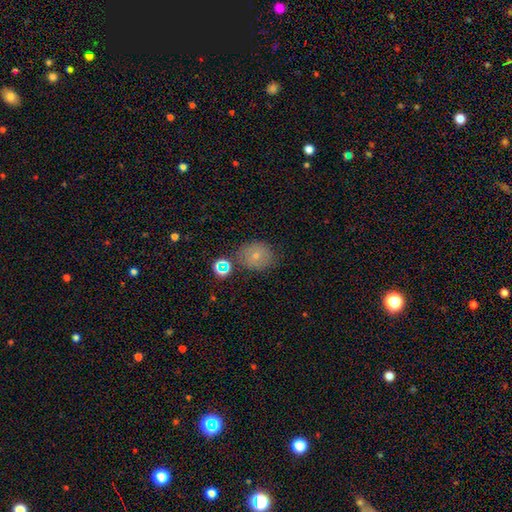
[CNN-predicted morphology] Smooth or featured?
  - smooth: 65% *
  - featured or disk: 18%
  - star or artifact: 17%
How rounded?
  - round: 73% *
  - in between: 26%
  - cigar-shaped: 1%
Merging?
  - none: 72% *
  - minor disturbance: 15%
  - merger: 8%
  - major disturbance: 5%